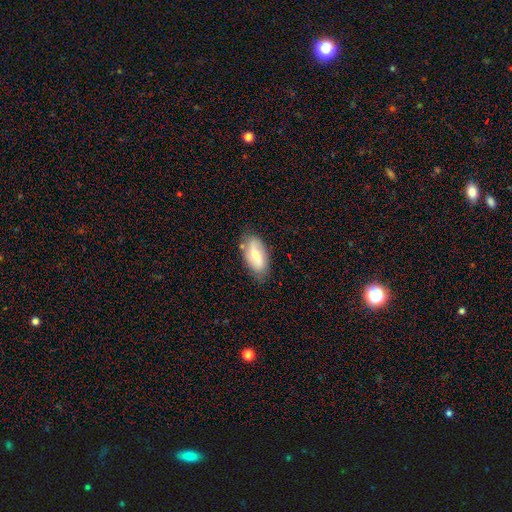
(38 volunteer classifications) This is possibly a featured or disk galaxy (58%). It is clearly not viewed edge-on (91%). Bar: possibly weak (45%, tied with no). Spiral arm pattern: clearly yes (95%). Spiral arm count: clearly 2 (100%). Spiral winding: clearly loose (84%). Central bulge: possibly moderate (55%). Merging: likely none (76%).